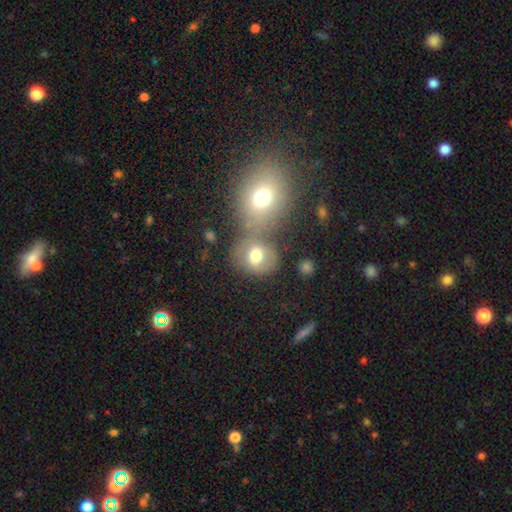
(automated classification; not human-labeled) Morphology: type=smooth (70%); roundness=round (75%); merging=merger (42%, tied with none).